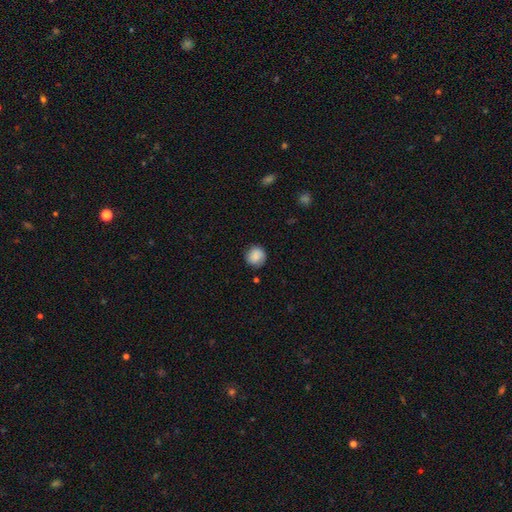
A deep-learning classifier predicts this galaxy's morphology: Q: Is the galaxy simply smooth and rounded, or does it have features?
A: smooth — 82%.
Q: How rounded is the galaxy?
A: round — 90%.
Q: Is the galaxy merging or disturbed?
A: none — 82%.